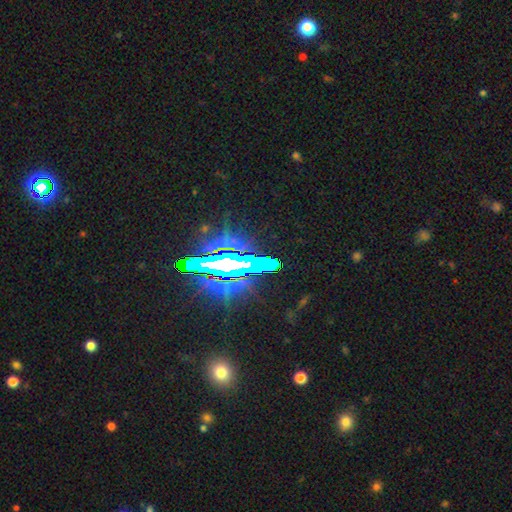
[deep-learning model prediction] smooth_or_featured: star or artifact (p=0.72) [alt: featured or disk p=0.17]